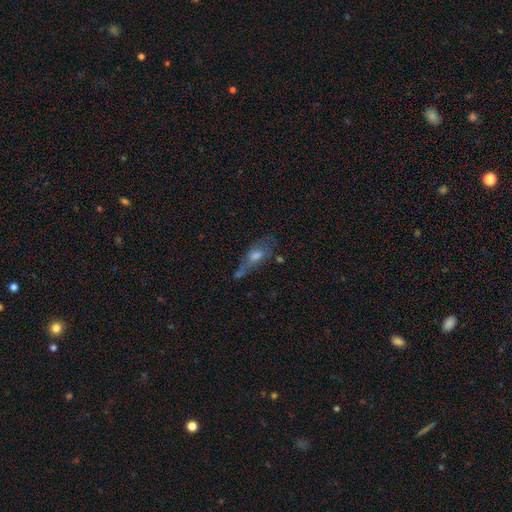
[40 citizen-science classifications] Smooth or featured? smooth (52%)
How rounded? in between (76%)
Merging? none (42%)